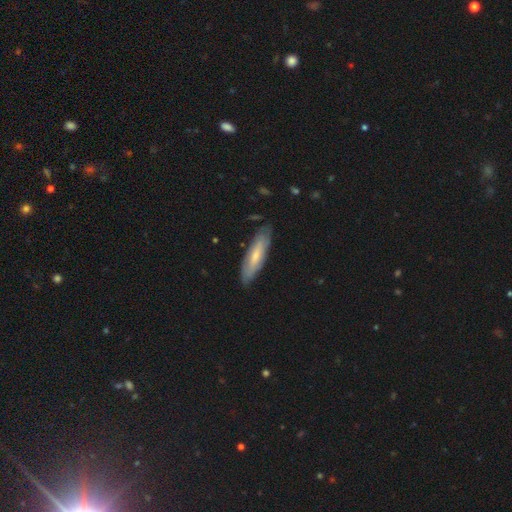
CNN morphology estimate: Smooth or featured? smooth (51%)
How rounded? cigar-shaped (63%)
Merging? none (81%)